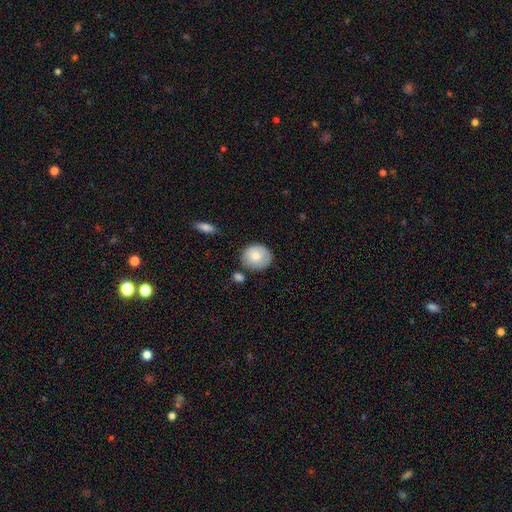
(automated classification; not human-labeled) Q: Smooth or featured?
A: smooth (76%); runner-up: featured or disk (17%)
Q: How rounded?
A: round (78%); runner-up: in between (21%)
Q: Merging?
A: none (73%); runner-up: minor disturbance (17%)